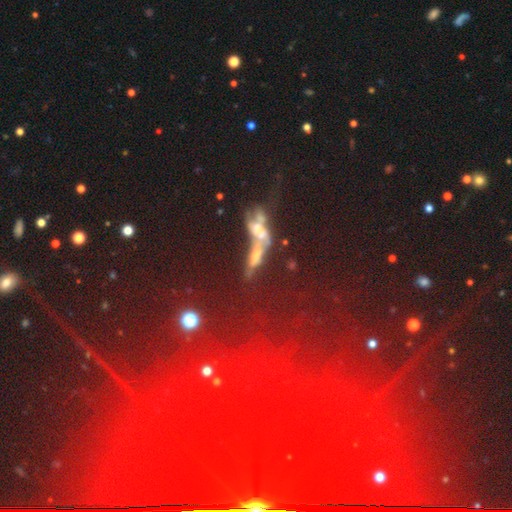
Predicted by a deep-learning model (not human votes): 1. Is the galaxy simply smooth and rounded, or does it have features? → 37% smooth, 36% featured or disk, 27% star or artifact.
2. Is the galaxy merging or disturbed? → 61% merger, 16% none, 14% major disturbance, 9% minor disturbance.